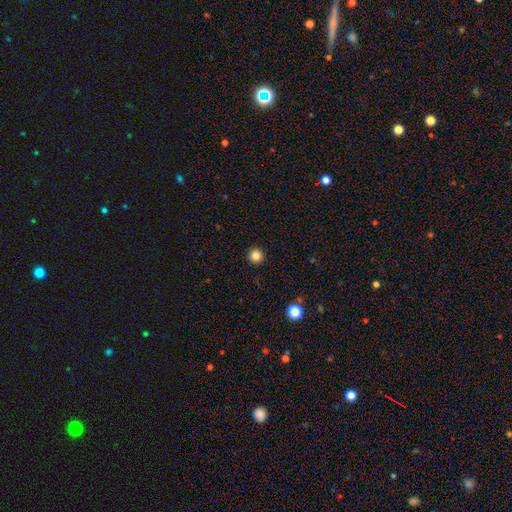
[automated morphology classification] Overall: smooth (84%). How rounded: round (95%). Merging: none (93%).